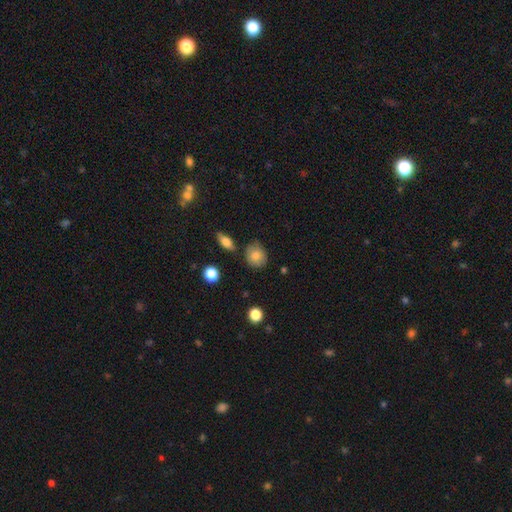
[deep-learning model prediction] A smooth galaxy with no disk features (80%) that is round (74%). Merging: none (75%).